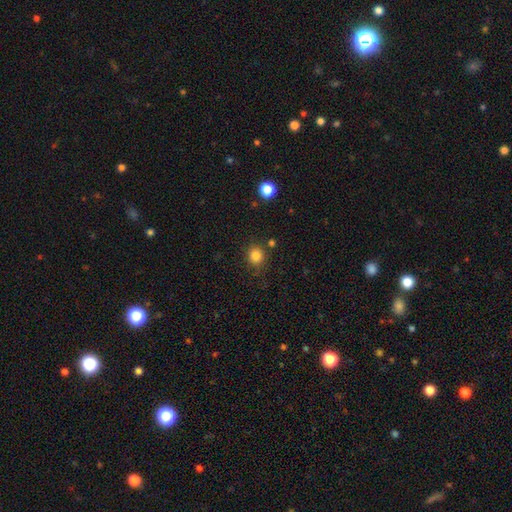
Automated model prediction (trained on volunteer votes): Morphology: type=smooth (83%); roundness=round (85%); merging=none (82%).